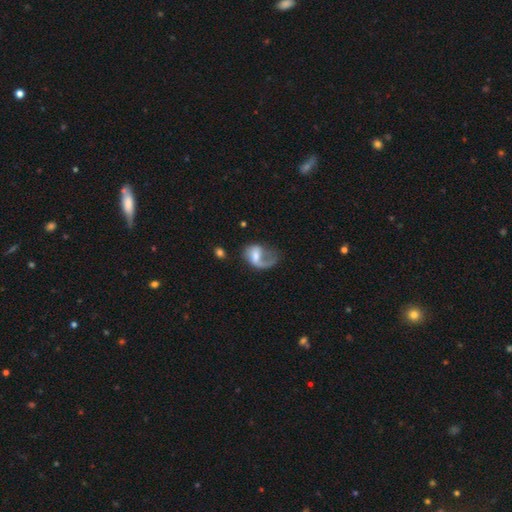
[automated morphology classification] The model was most divided on "bar": no: 47%, weak: 41%, strong: 12%. Remaining: edge-on disk — no (97%); spiral arms — yes (77%); smooth or featured — featured or disk (58%); merging — major disturbance (52%); bulge size — moderate (41%).